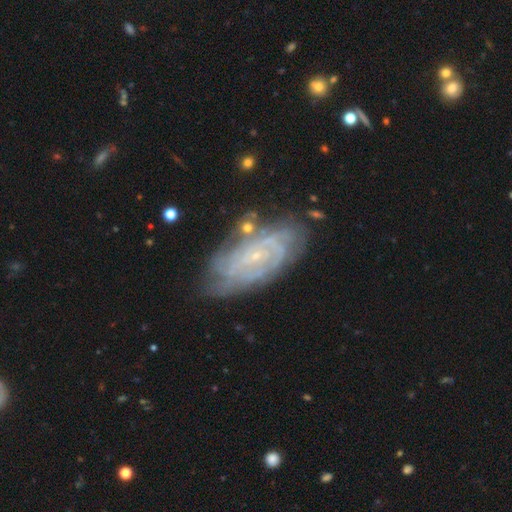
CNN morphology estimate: This is clearly a featured or disk galaxy (83%). It is clearly not viewed edge-on (94%). Bar: likely no (64%). Spiral arm pattern: clearly yes (94%). Spiral arm count: marginally can't tell (40%). Spiral winding: likely tight (73%). Central bulge: clearly small (86%). Merging: likely none (71%).